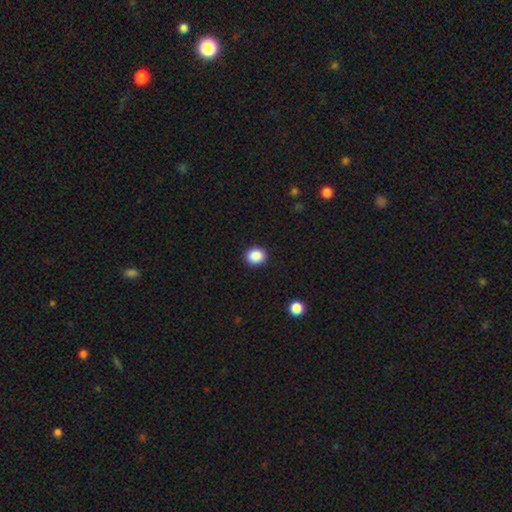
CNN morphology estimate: smooth 88%, star or artifact 9%, featured or disk 3%. Down the decision tree: how rounded — round (70%); merging — none (91%).